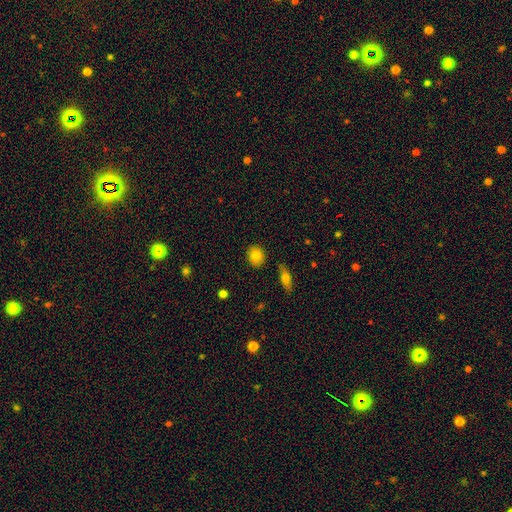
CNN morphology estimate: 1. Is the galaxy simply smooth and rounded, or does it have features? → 83% smooth, 9% star or artifact, 8% featured or disk.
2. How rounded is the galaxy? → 67% round, 31% in between, 2% cigar-shaped.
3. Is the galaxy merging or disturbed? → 86% none, 9% minor disturbance, 3% merger, 2% major disturbance.